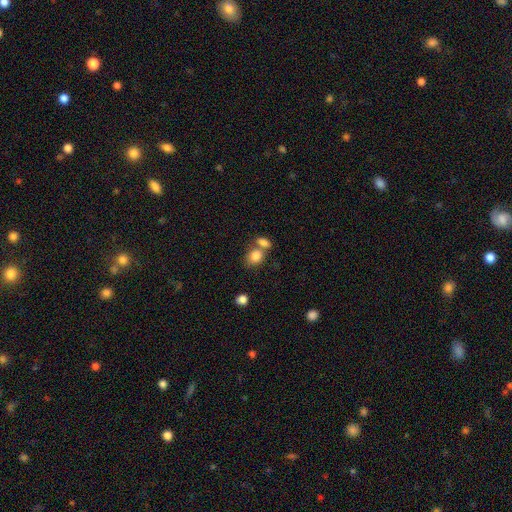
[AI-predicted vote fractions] Overall: smooth (84%). How rounded: in between (61%; round 38%). Merging: merger (47%; none 38%).